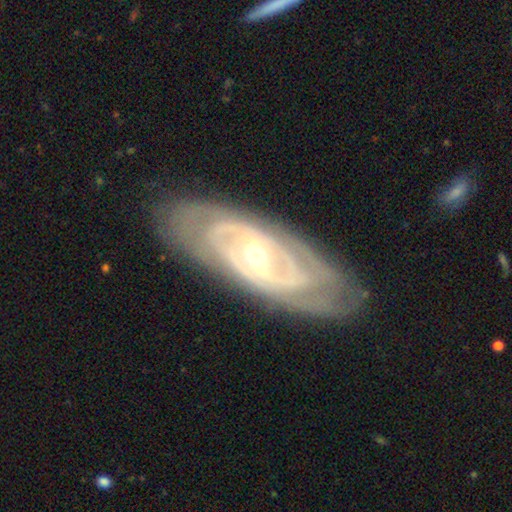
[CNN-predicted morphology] This appears to be a featured or disk galaxy (87%) with a weak bar (37%), tight (71%) spiral arms (88%) and a small central bulge (56%). Merging: none (83%).